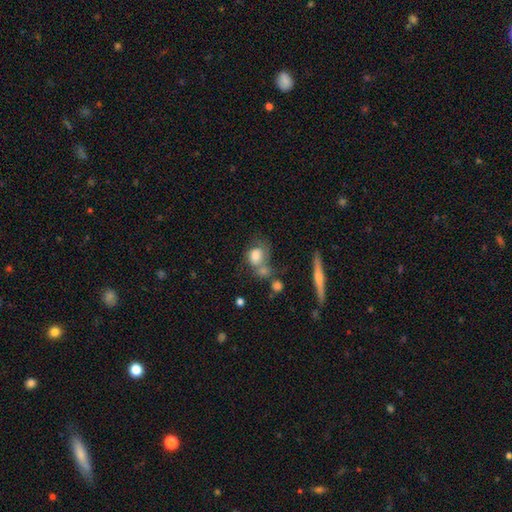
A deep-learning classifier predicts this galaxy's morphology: Smooth or featured? Predicted: smooth (p=0.68). How rounded? Predicted: in between (p=0.57). Merging? Predicted: merger (p=0.38).